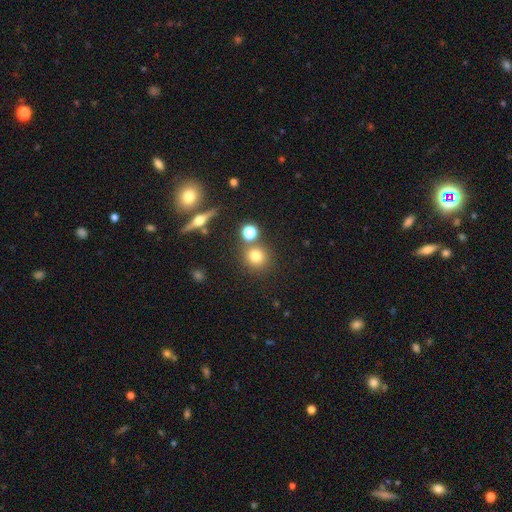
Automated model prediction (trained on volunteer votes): smooth 74%, star or artifact 15%, featured or disk 11%. Down the decision tree: how rounded — round (88%); merging — none (74%).